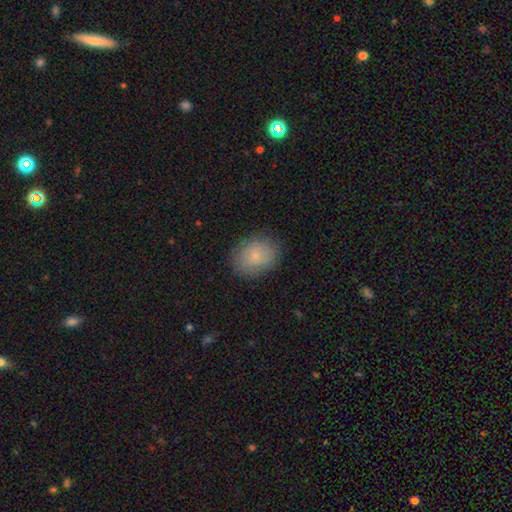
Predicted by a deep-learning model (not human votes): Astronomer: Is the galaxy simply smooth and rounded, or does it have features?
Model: smooth — 78%.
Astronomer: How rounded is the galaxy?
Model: in between — 56% (runner-up: round, 43%).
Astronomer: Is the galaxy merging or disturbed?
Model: none — 82%.